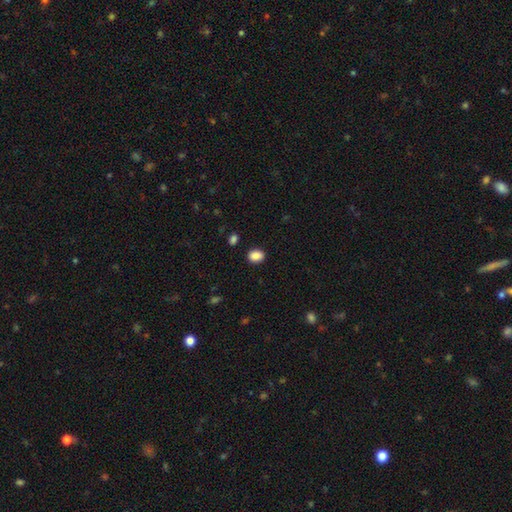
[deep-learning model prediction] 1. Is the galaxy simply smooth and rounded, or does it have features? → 89% smooth, 9% star or artifact, 3% featured or disk.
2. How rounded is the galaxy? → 60% in between, 39% round, 1% cigar-shaped.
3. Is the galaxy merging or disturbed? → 87% none, 9% minor disturbance, 2% major disturbance, 2% merger.